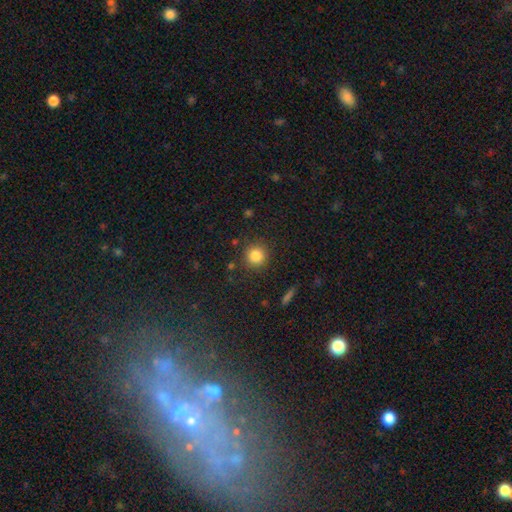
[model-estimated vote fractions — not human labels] Morphology: type=smooth (84%); roundness=round (92%); merging=none (86%).